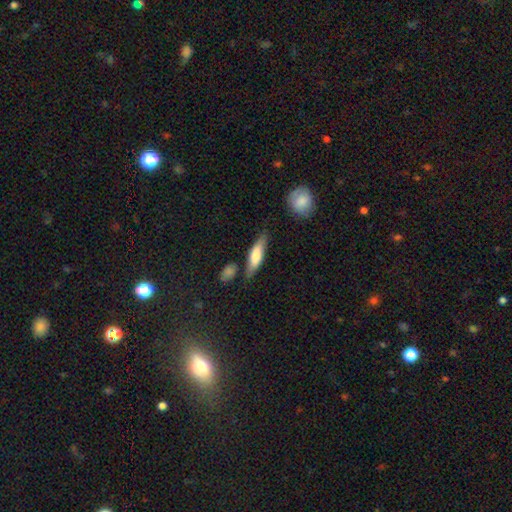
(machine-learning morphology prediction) smooth 64%, featured or disk 30%, star or artifact 6%. Down the decision tree: how rounded — cigar-shaped (62%); merging — none (77%).